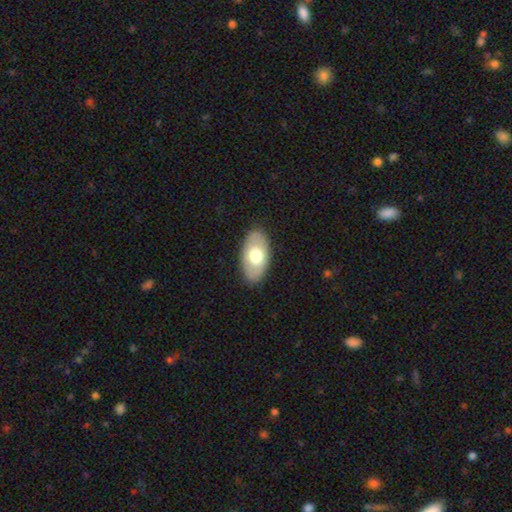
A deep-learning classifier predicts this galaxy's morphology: type=smooth (63%); roundness=in between (94%); merging=none (85%).